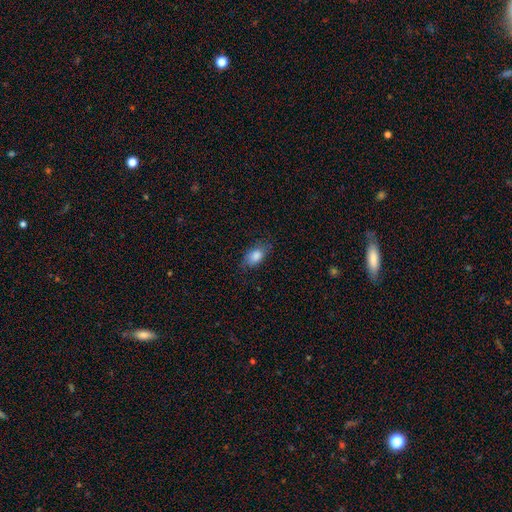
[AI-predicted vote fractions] Smooth or featured? smooth (84%)
How rounded? in between (89%)
Merging? none (72%)